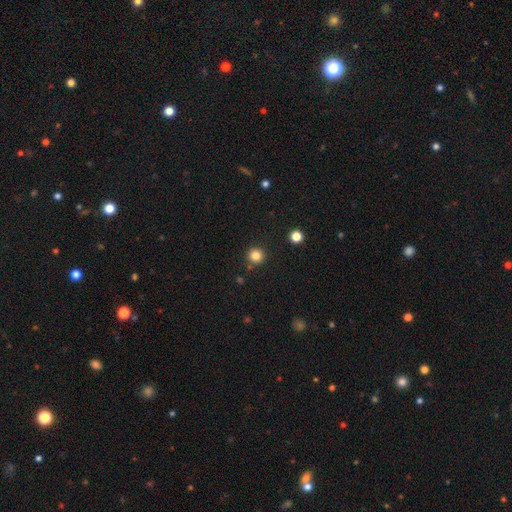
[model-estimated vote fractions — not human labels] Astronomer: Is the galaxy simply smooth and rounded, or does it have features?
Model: smooth — 83%.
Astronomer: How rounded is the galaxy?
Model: round — 95%.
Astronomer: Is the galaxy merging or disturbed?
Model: none — 89%.